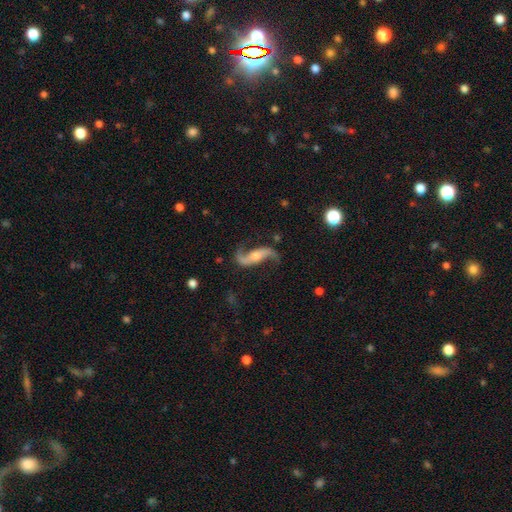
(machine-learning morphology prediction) A featured or disk galaxy (90%) with no bar (46%), 2 (94%) loose (85%) spiral arms (97%) and a moderate central bulge (51%).

Vote fractions:
- Smooth or featured? featured or disk: 90% / star or artifact: 5% / smooth: 5%
- Edge-on disk? no: 92% / yes: 8%
- Bar? no: 46% / weak: 29% / strong: 26%
- Spiral arms? yes: 97% / no: 3%
- Spiral winding? loose: 85% / medium: 11% / tight: 4%
- Spiral arm count? 2: 94% / 1: 2% / can't tell: 1% / 3: 1% / 4: 1% / more than 4: 1%
- Bulge size? moderate: 51% / small: 38% / large: 6% / none: 4% / dominant: 2%
- Merging? none: 79% / minor disturbance: 12% / major disturbance: 6% / merger: 2%